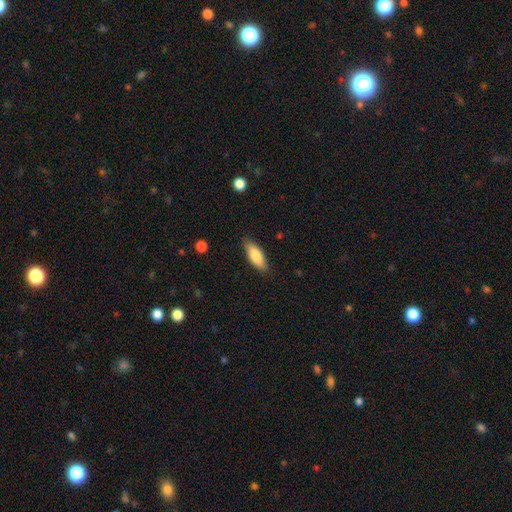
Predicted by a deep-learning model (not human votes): smooth-or-featured: smooth: 84% | featured or disk: 11% | star or artifact: 6%
  how-rounded: in between: 71% | cigar-shaped: 27% | round: 2%
  merging: none: 83% | minor disturbance: 13% | major disturbance: 3% | merger: 1%